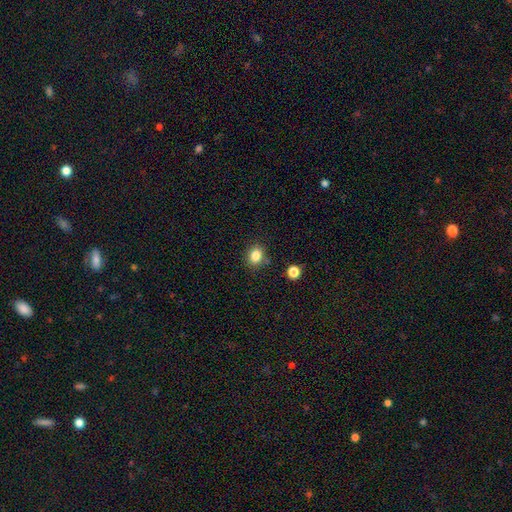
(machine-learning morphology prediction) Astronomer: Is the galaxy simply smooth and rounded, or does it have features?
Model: smooth — 83%.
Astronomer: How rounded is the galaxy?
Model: round — 55% (runner-up: in between, 44%).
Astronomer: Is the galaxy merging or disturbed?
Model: none — 81%.